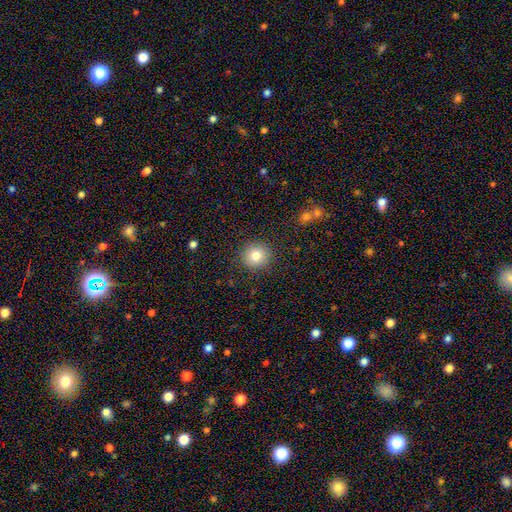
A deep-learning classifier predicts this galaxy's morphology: Smooth or featured: smooth — 80% (star or artifact — 11%)
How rounded: round — 93% (in between — 6%)
Merging: none — 90% (minor disturbance — 6%)